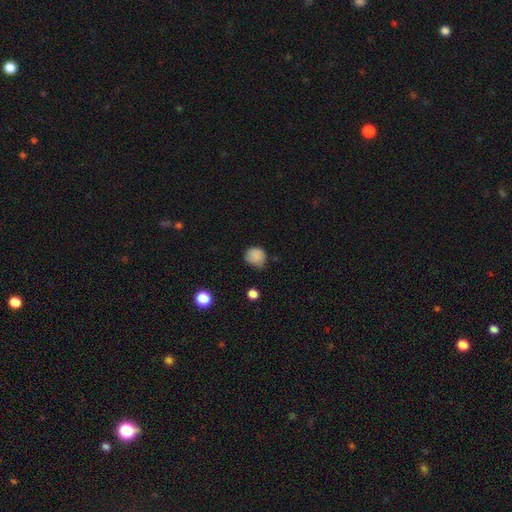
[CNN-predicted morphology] Overall: smooth (85%). How rounded: round (84%). Merging: none (63%; minor disturbance 29%).